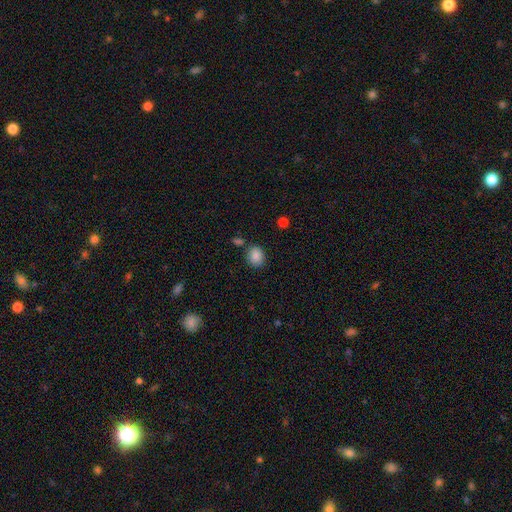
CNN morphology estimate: smooth_or_featured: smooth (p=0.87) [alt: star or artifact p=0.09]
how_rounded: round (p=0.53) [alt: in between p=0.46]
merging: none (p=0.76) [alt: minor disturbance p=0.13]